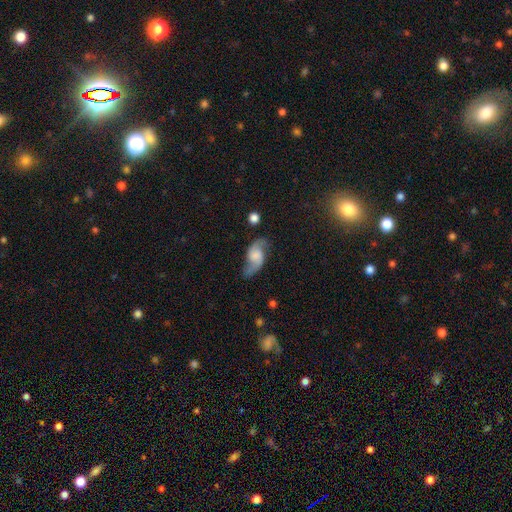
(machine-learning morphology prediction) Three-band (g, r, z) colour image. It shows a featured or disk galaxy (75%) with no bar (50%), 2 (91%) loose (63%) spiral arms (94%) and no central bulge (32%). Merging: none (68%).